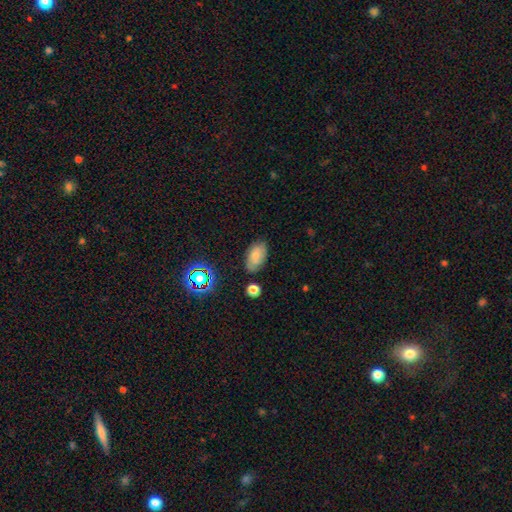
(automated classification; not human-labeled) The model was most divided on "smooth or featured": smooth: 68%, featured or disk: 21%, star or artifact: 11%. More confident: how rounded — in between (92%); merging — none (74%).